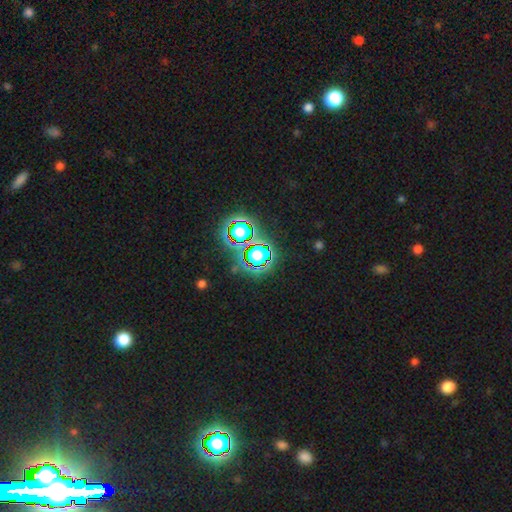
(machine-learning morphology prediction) Smooth or featured: star or artifact — 69% (smooth — 20%)